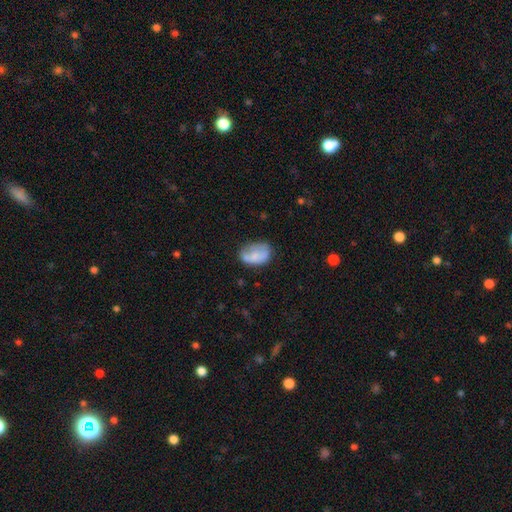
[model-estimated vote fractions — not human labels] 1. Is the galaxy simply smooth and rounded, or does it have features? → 66% smooth, 26% featured or disk, 8% star or artifact.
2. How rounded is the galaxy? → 82% in between, 17% round, 1% cigar-shaped.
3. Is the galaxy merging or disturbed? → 47% none, 31% minor disturbance, 15% major disturbance, 8% merger.